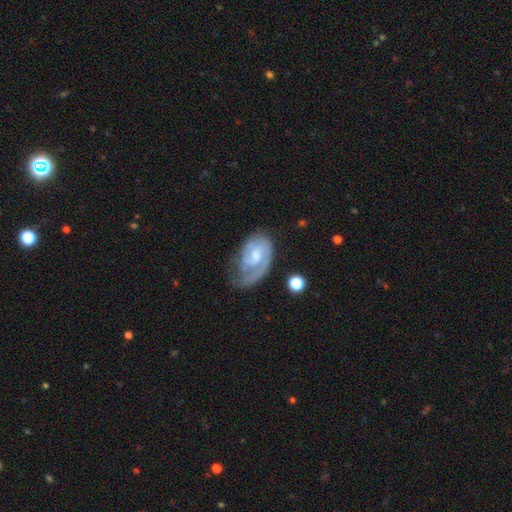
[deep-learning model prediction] This appears to be a featured or disk galaxy (77%) with no bar (52%), 1 (47%) tight (49%) spiral arms (92%) and a moderate central bulge (44%). Merging: none (47%).